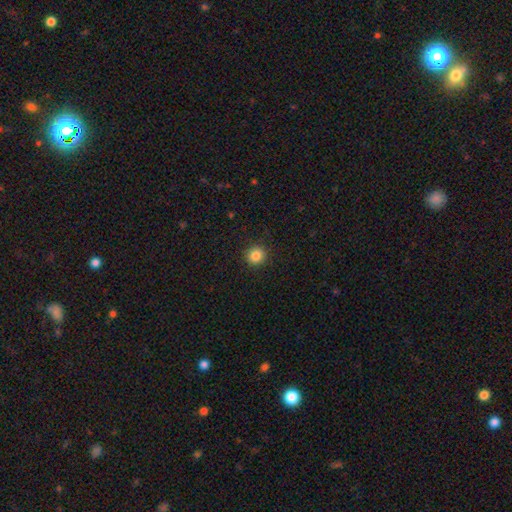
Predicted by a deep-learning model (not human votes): Smooth or featured: smooth — 85% (star or artifact — 11%)
How rounded: round — 92% (in between — 7%)
Merging: none — 91% (minor disturbance — 6%)